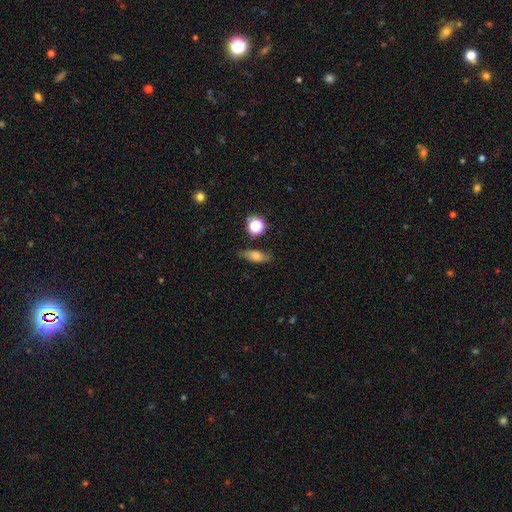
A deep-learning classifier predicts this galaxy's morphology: Q: Smooth or featured?
A: smooth (66%); runner-up: featured or disk (22%)
Q: How rounded?
A: in between (64%); runner-up: cigar-shaped (27%)
Q: Merging?
A: none (77%); runner-up: minor disturbance (17%)